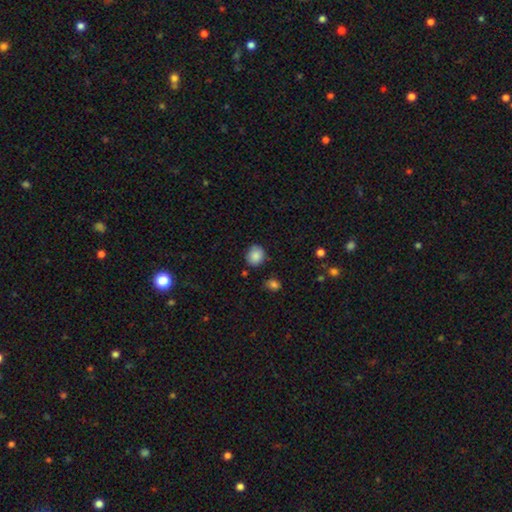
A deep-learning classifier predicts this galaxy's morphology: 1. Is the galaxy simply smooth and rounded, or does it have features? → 87% smooth, 8% star or artifact, 5% featured or disk.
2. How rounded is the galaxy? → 68% round, 31% in between, 1% cigar-shaped.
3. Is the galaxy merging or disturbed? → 80% none, 14% minor disturbance, 3% major disturbance, 3% merger.